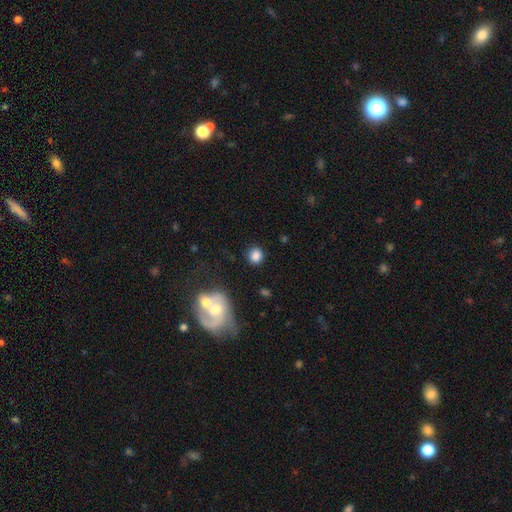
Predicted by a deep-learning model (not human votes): This is clearly a smooth galaxy (84%). How rounded: clearly round (84%). Merging: clearly none (84%).